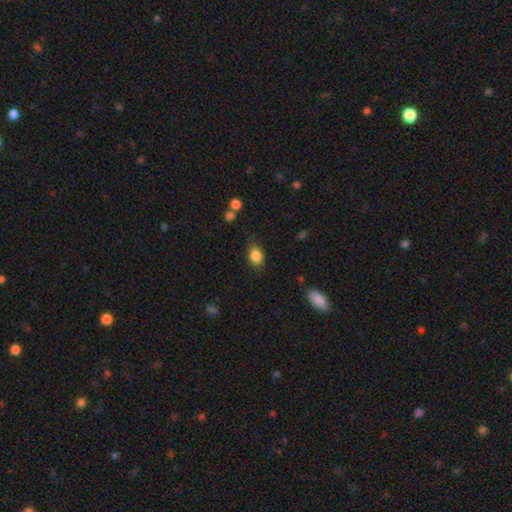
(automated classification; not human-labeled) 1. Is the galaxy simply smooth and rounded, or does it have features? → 86% smooth, 9% star or artifact, 5% featured or disk.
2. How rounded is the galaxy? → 70% in between, 29% round, 1% cigar-shaped.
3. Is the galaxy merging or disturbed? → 74% none, 19% minor disturbance, 5% major disturbance, 2% merger.